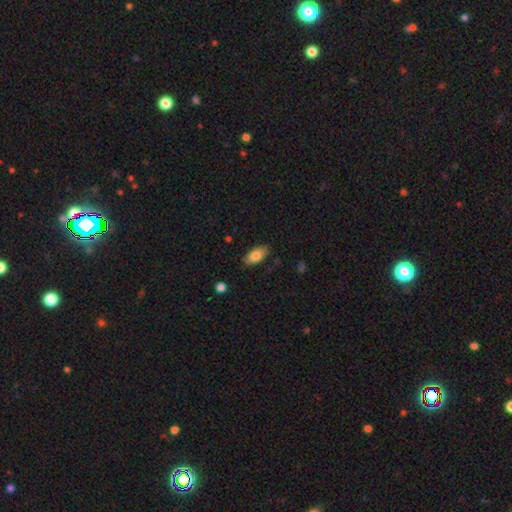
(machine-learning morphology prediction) Smooth or featured? smooth (80%)
How rounded? in between (92%)
Merging? none (86%)